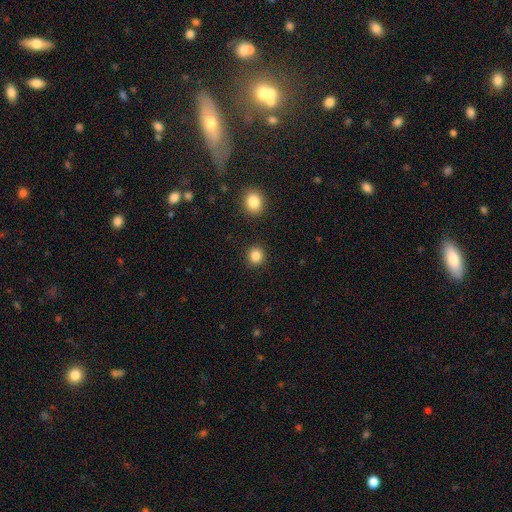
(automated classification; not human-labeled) Smooth or featured?
  - smooth: 86% *
  - star or artifact: 11%
  - featured or disk: 3%
How rounded?
  - round: 90% *
  - in between: 10%
  - cigar-shaped: 1%
Merging?
  - none: 91% *
  - minor disturbance: 5%
  - major disturbance: 2%
  - merger: 2%